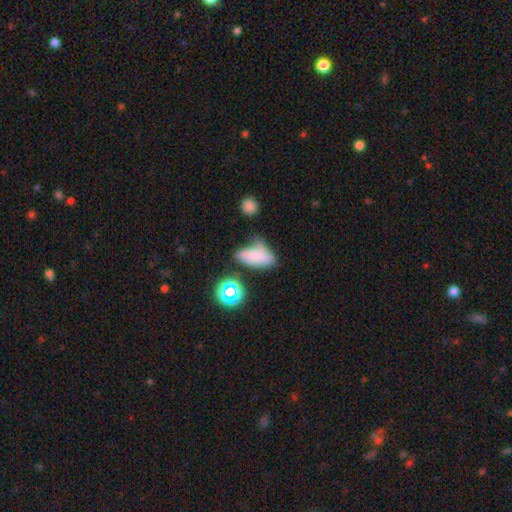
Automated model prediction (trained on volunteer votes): smooth-or-featured: smooth: 66% | featured or disk: 17% | star or artifact: 16%
  how-rounded: in between: 86% | round: 7% | cigar-shaped: 7%
  merging: none: 33% | minor disturbance: 31% | major disturbance: 21% | merger: 14%